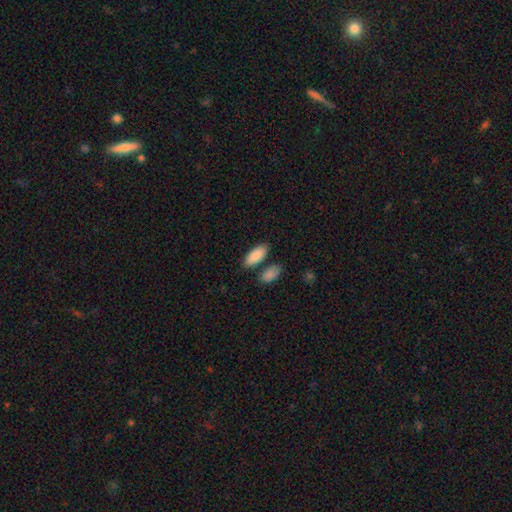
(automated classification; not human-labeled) This appears to be a smooth galaxy with no disk features (89%) that is in between round and cigar-shaped (87%). Merging: none (74%).